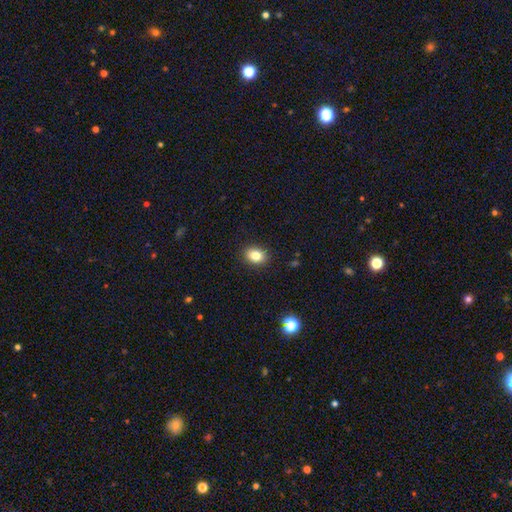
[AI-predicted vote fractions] A smooth galaxy with no disk features (83%) that is in between round and cigar-shaped (60%).

Vote fractions:
- Smooth or featured? smooth: 83% / star or artifact: 10% / featured or disk: 7%
- How rounded? in between: 60% / round: 39% / cigar-shaped: 1%
- Merging? none: 89% / minor disturbance: 8% / major disturbance: 2% / merger: 1%